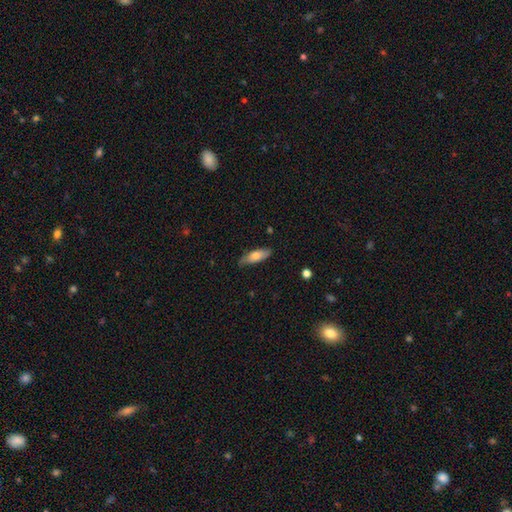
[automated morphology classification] Smooth or featured? smooth (69%)
How rounded? in between (60%)
Merging? none (77%)